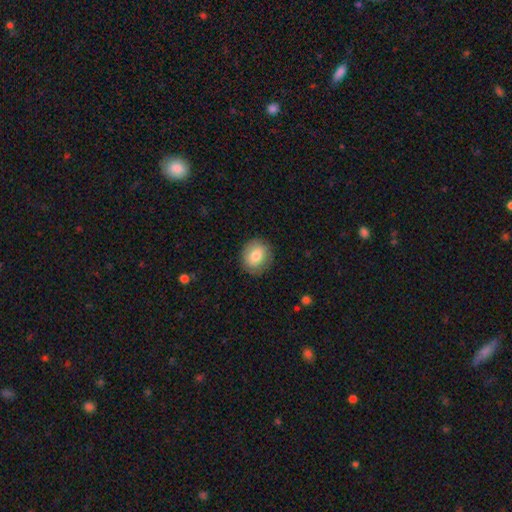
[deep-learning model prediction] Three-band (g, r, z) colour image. It shows a smooth galaxy with no disk features (79%) that is round (74%). Merging: none (85%).